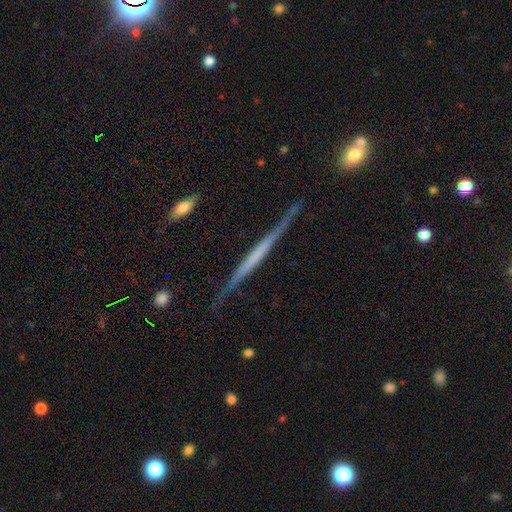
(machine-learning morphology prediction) A featured or disk galaxy (70%) viewed edge-on (96%) with no central bulge (76%). Merging: none (80%).